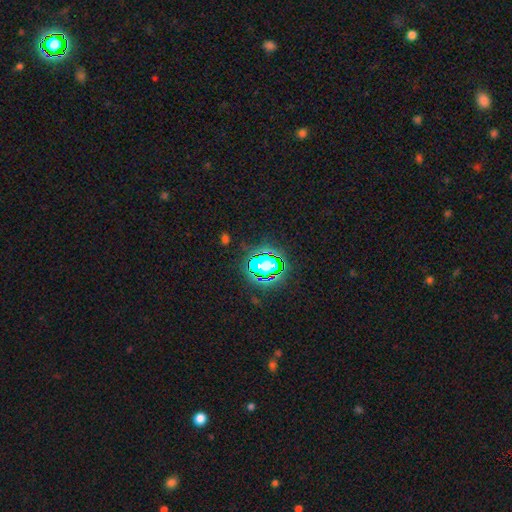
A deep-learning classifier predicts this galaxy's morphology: type=star or artifact (80%).